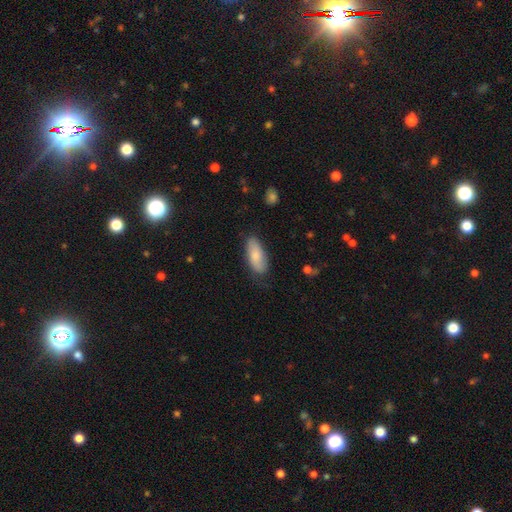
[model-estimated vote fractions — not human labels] Smooth or featured? Predicted: smooth (p=0.80). How rounded? Predicted: in between (p=0.82). Merging? Predicted: none (p=0.74).